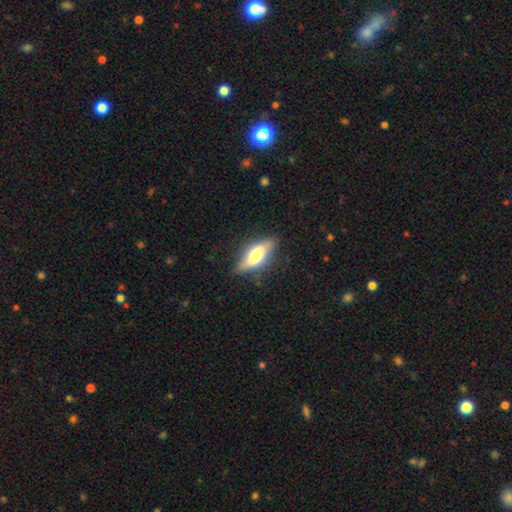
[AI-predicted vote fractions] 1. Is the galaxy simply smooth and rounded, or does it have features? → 50% smooth, 44% featured or disk, 7% star or artifact.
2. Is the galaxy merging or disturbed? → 73% none, 20% minor disturbance, 5% major disturbance, 2% merger.